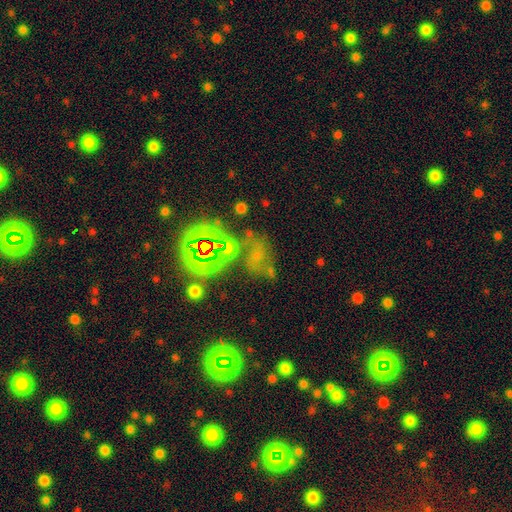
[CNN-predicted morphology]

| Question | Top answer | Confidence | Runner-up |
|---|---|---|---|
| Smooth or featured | star or artifact | 43% | smooth (34%) |